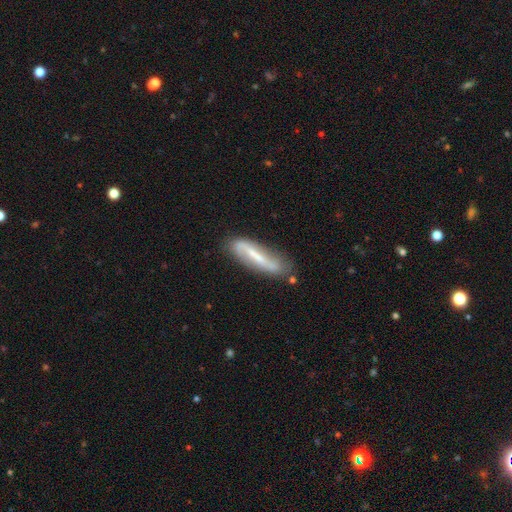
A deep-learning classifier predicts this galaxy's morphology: Smooth or featured?
  - featured or disk: 62% *
  - smooth: 31%
  - star or artifact: 7%
Edge-on disk?
  - no: 70% *
  - yes: 30%
Merging?
  - none: 69% *
  - minor disturbance: 21%
  - major disturbance: 6%
  - merger: 4%